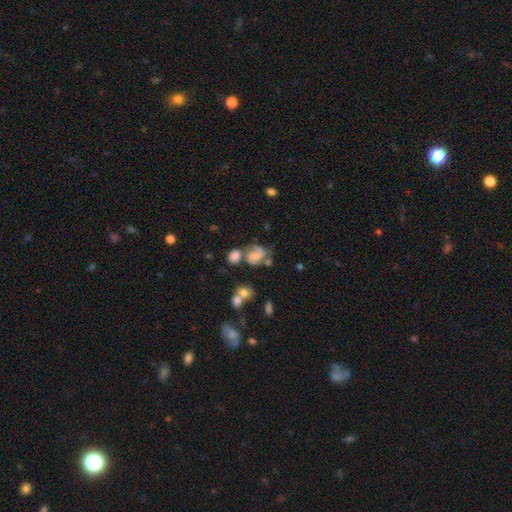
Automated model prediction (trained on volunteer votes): smooth_or_featured: featured or disk (p=0.63) [alt: smooth p=0.27]
disk_edge_on: no (p=0.98) [alt: yes p=0.02]
bar: no (p=0.58) [alt: weak p=0.34]
has_spiral_arms: yes (p=0.88) [alt: no p=0.12]
spiral_winding: medium (p=0.49) [alt: tight p=0.27]
spiral_arm_count: 2 (p=0.72) [alt: 1 p=0.14]
bulge_size: none (p=0.35) [alt: small p=0.30]
merging: none (p=0.38) [alt: merger p=0.25]